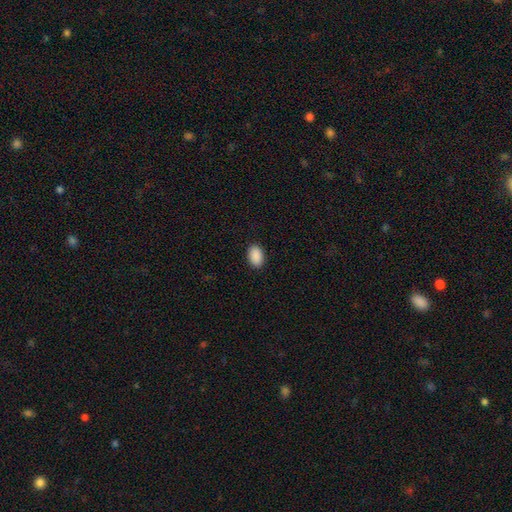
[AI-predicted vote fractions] Overall: smooth (91%). How rounded: in between (89%). Merging: none (90%).